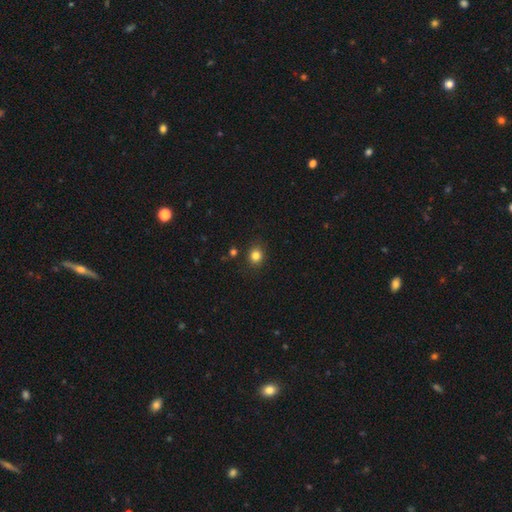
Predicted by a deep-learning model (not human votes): Q: Smooth or featured?
A: smooth (83%); runner-up: star or artifact (12%)
Q: How rounded?
A: round (77%); runner-up: in between (23%)
Q: Merging?
A: none (87%); runner-up: minor disturbance (9%)